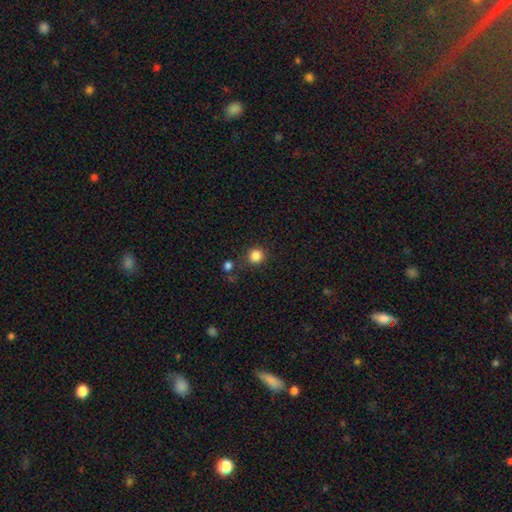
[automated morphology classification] Smooth or featured? smooth (85%)
How rounded? round (94%)
Merging? none (84%)